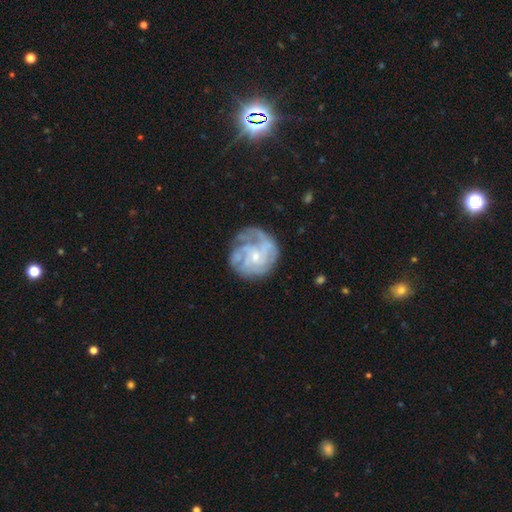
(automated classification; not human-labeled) smooth_or_featured: featured or disk (p=0.79) [alt: smooth p=0.13]
disk_edge_on: no (p=0.98) [alt: yes p=0.02]
bar: no (p=0.72) [alt: weak p=0.24]
has_spiral_arms: yes (p=0.90) [alt: no p=0.10]
spiral_winding: tight (p=0.54) [alt: medium p=0.34]
spiral_arm_count: can't tell (p=0.34) [alt: 4 p=0.21]
bulge_size: small (p=0.72) [alt: moderate p=0.23]
merging: none (p=0.62) [alt: minor disturbance p=0.21]